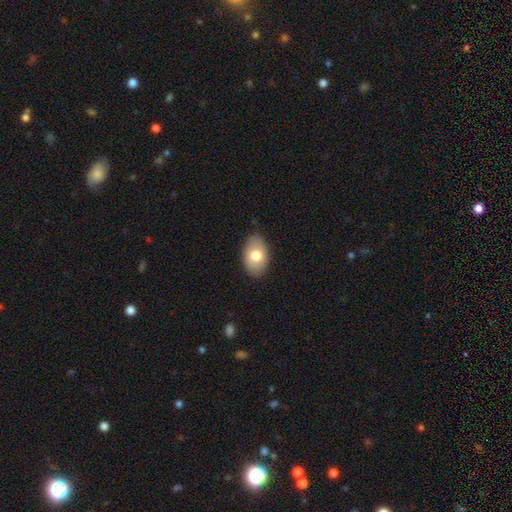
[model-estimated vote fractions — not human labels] This is likely a smooth galaxy (76%). How rounded: clearly in between (91%). Merging: clearly none (85%).